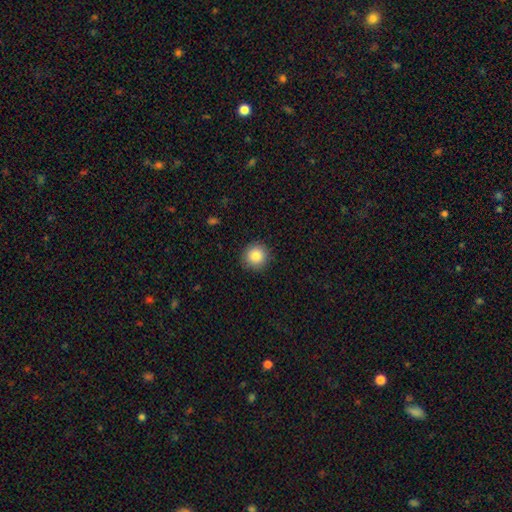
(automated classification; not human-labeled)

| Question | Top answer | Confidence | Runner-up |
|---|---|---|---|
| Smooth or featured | smooth | 86% | star or artifact (9%) |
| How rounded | round | 95% | in between (5%) |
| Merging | none | 91% | minor disturbance (6%) |